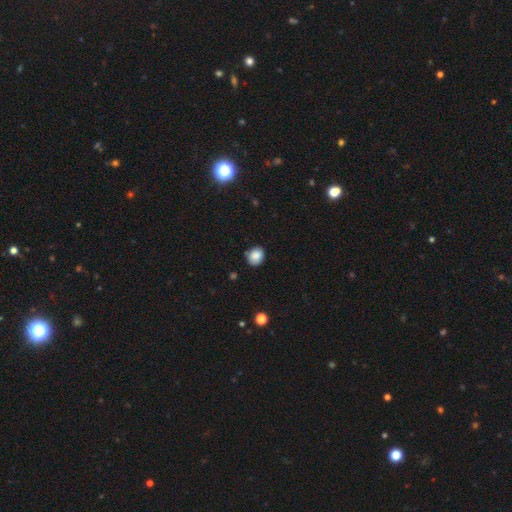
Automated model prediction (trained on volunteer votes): The model was most divided on "how rounded": round: 61%, in between: 38%, cigar-shaped: 1%. More confident: smooth or featured — smooth (86%); merging — none (79%).